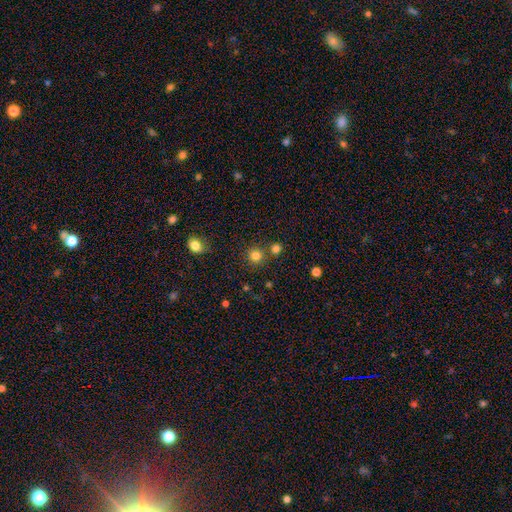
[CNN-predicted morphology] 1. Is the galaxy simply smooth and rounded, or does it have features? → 81% smooth, 14% star or artifact, 5% featured or disk.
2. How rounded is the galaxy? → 93% round, 6% in between, 1% cigar-shaped.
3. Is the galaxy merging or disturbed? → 80% none, 11% merger, 6% minor disturbance, 2% major disturbance.